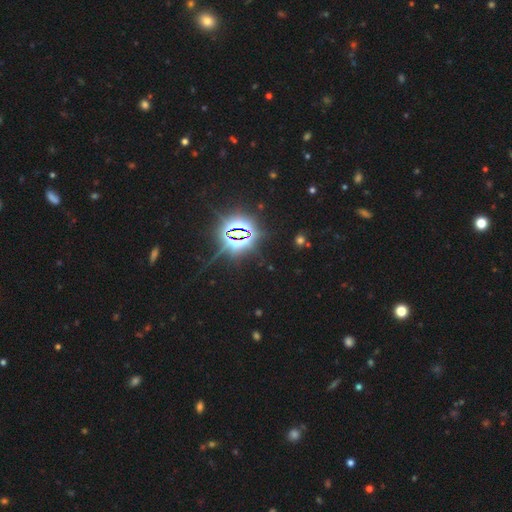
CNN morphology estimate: The model was most divided on "smooth or featured": star or artifact: 84%, smooth: 9%, featured or disk: 7%.